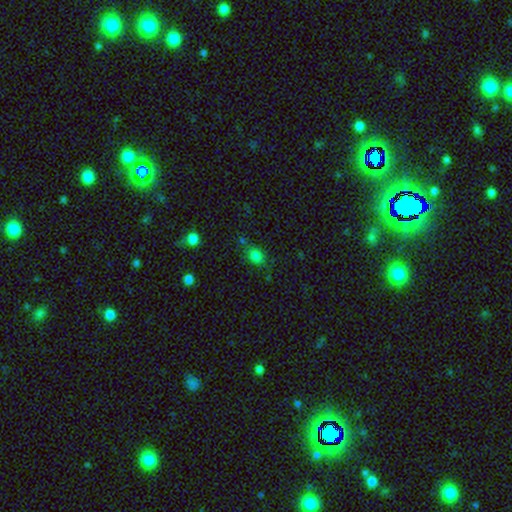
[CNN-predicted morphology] This is clearly a smooth galaxy (80%). How rounded: possibly in between (59%). Merging: likely none (70%).